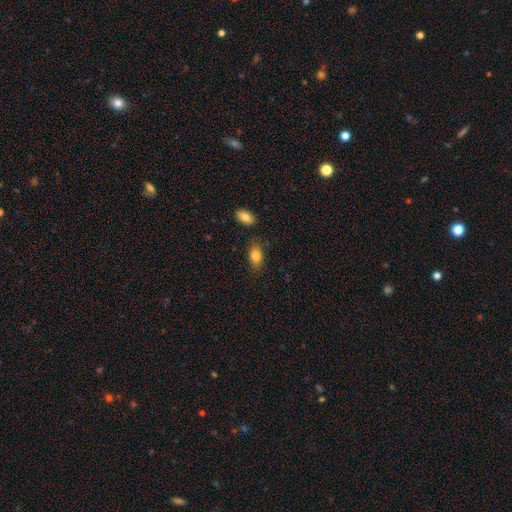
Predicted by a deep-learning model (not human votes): smooth_or_featured: smooth (p=0.82) [alt: featured or disk p=0.10]
how_rounded: in between (p=0.86) [alt: round p=0.11]
merging: none (p=0.78) [alt: minor disturbance p=0.15]